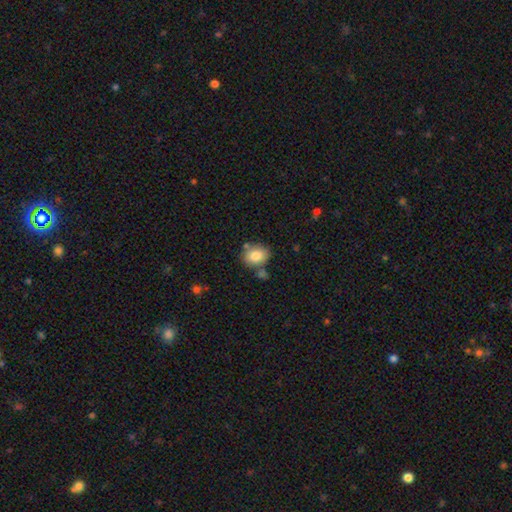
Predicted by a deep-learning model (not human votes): Overall: smooth (82%). How rounded: round (50%; in between 49%). Merging: none (68%).